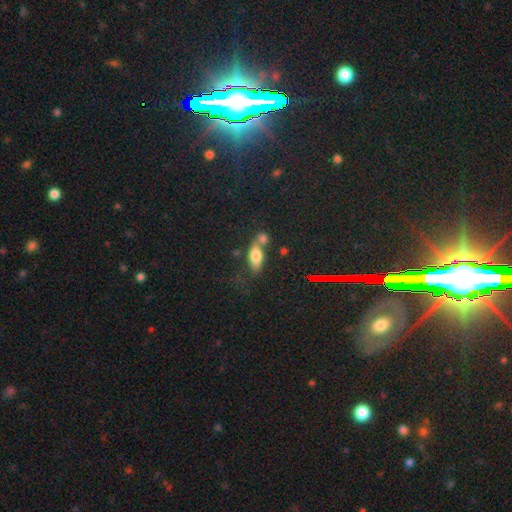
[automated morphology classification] The model was most divided on "merging": merger: 39%, none: 38%, minor disturbance: 15%, major disturbance: 8%. More confident: how rounded — in between (75%); smooth or featured — smooth (70%).